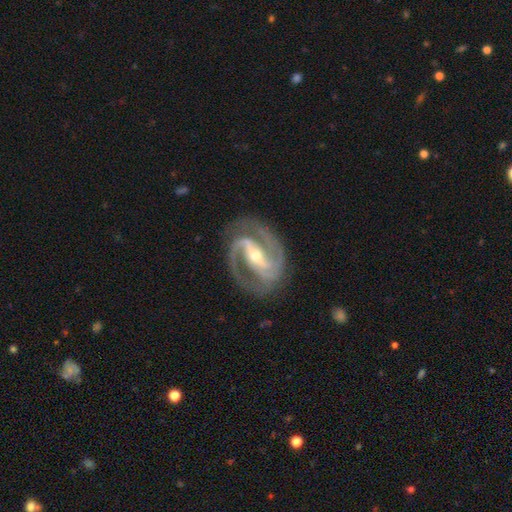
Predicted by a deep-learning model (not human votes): Overall: featured or disk (93%). Edge-on disk: no (97%). Bar: strong (59%; weak 28%). Spiral arms: yes (98%). Spiral arm count: 2 (83%). Spiral winding: medium (56%; tight 35%). Bulge size: moderate (51%; small 45%). Merging: none (80%).